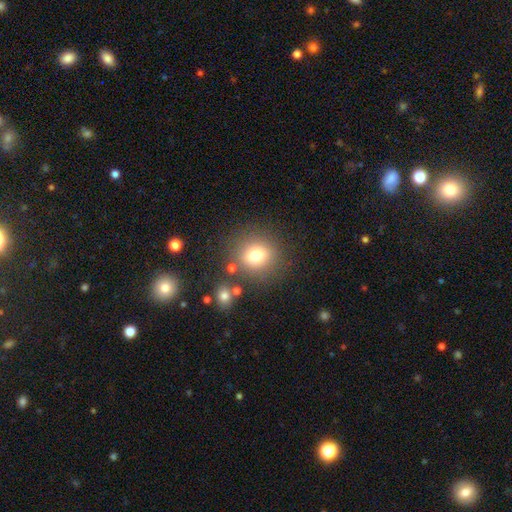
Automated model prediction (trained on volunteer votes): This is likely a smooth galaxy (76%). How rounded: clearly round (85%). Merging: likely none (80%).